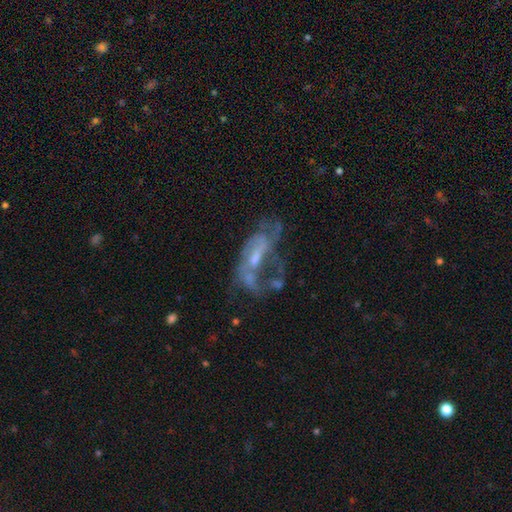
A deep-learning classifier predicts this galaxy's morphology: Overall: featured or disk (70%). Edge-on disk: no (92%). Bar: no (47%; weak 39%). Spiral arms: yes (53%; no 47%). Bulge size: small (43%; moderate 33%). Merging: major disturbance (34%; none 30%).